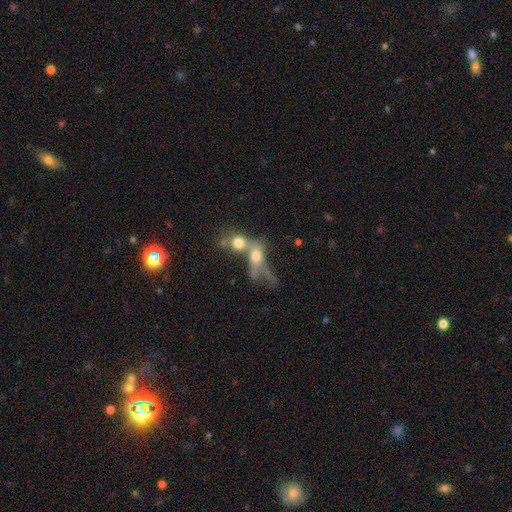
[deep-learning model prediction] smooth-or-featured: smooth: 57% | featured or disk: 30% | star or artifact: 13%
  how-rounded: in between: 50% | round: 41% | cigar-shaped: 9%
  merging: merger: 69% | none: 13% | major disturbance: 13% | minor disturbance: 6%